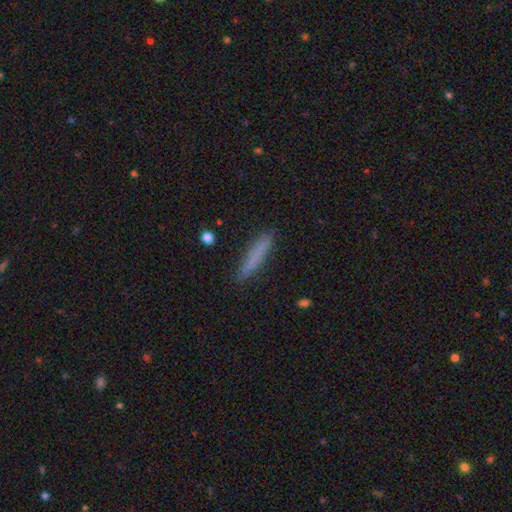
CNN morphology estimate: A smooth galaxy with no disk features (78%) that is cigar-shaped (93%).

Vote fractions:
- Smooth or featured? smooth: 78% / featured or disk: 15% / star or artifact: 7%
- How rounded? cigar-shaped: 93% / in between: 5% / round: 1%
- Merging? none: 89% / minor disturbance: 8% / major disturbance: 2% / merger: 1%